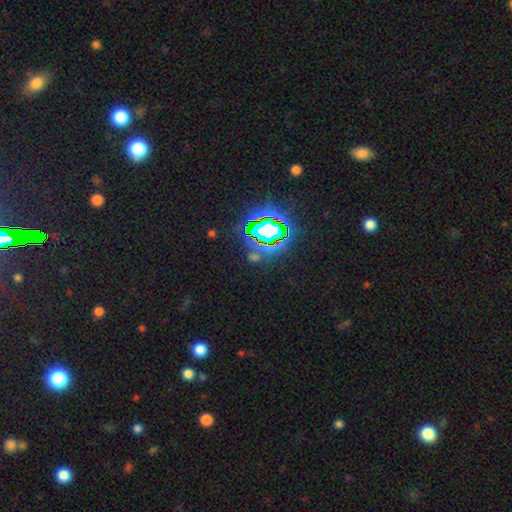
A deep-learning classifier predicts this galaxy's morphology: A star or artifact, not a galaxy (72%).